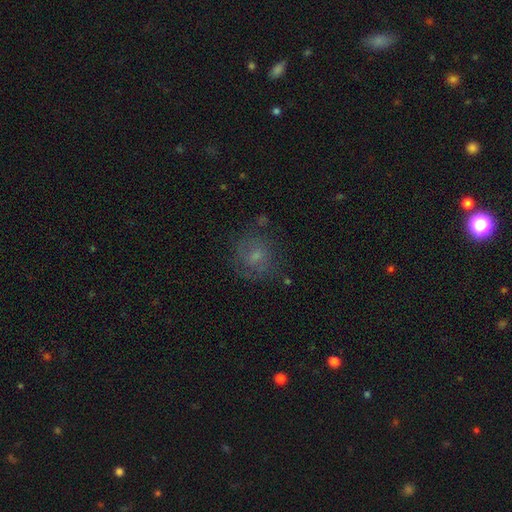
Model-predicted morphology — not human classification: The model was most divided on "smooth or featured": smooth: 47%, featured or disk: 37%, star or artifact: 16%. More confident: merging — none (68%).